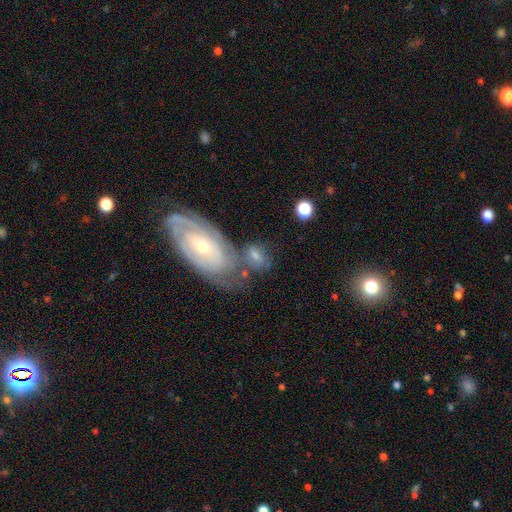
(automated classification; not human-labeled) Q: Smooth or featured?
A: smooth (49%); runner-up: featured or disk (41%)
Q: Merging?
A: none (43%); runner-up: merger (28%)